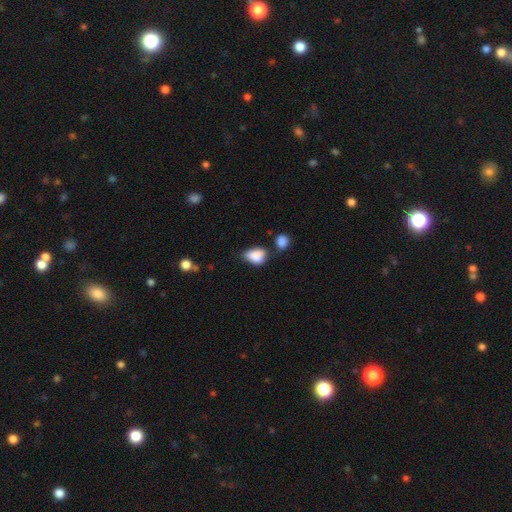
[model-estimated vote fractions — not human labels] Smooth or featured? smooth (83%)
How rounded? in between (79%)
Merging? none (35%)